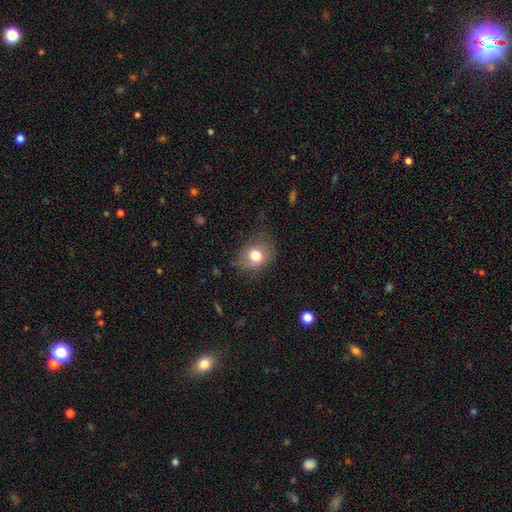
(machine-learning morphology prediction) This is likely a smooth galaxy (77%). How rounded: possibly round (58%). Merging: likely none (65%).